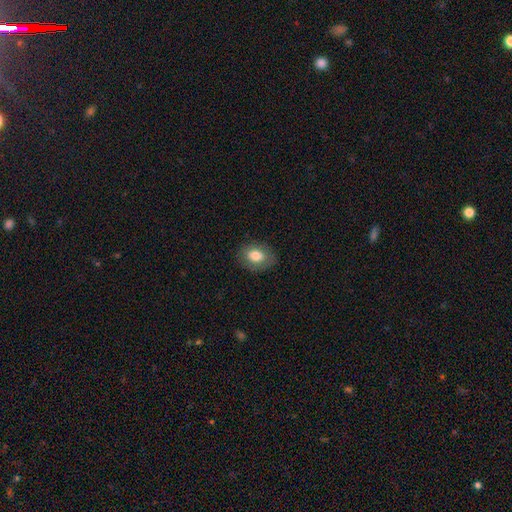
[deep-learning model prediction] Q: Smooth or featured?
A: smooth (77%); runner-up: featured or disk (16%)
Q: How rounded?
A: in between (72%); runner-up: round (27%)
Q: Merging?
A: none (83%); runner-up: minor disturbance (12%)